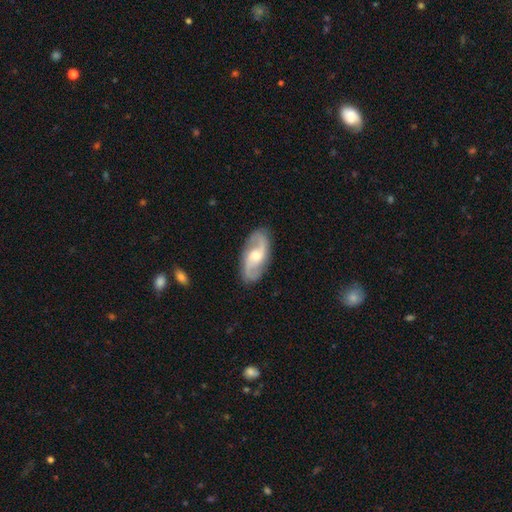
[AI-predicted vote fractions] Morphology: type=featured or disk (84%); edge-on=no (95%); bar=weak (46%); spiral arms=yes (95%); winding=medium (45%); arm count=2 (91%); bulge=moderate (65%); merging=none (85%).